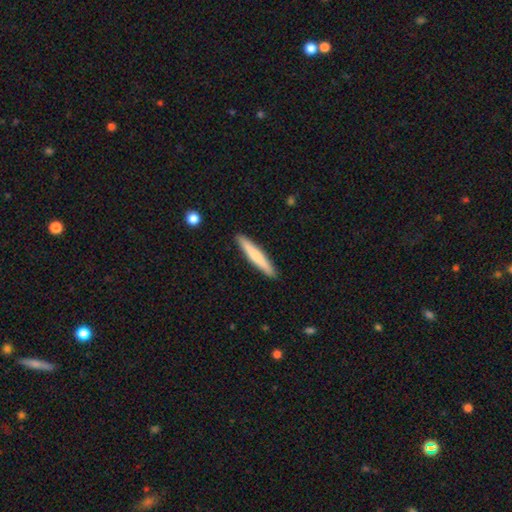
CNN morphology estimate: This appears to be a smooth galaxy with no disk features (69%) that is cigar-shaped (94%). Merging: none (91%).